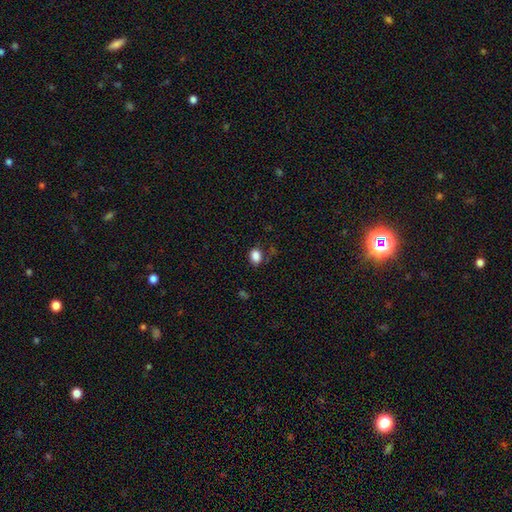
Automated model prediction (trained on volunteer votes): Smooth or featured: smooth — 85% (star or artifact — 11%)
How rounded: in between — 63% (round — 36%)
Merging: none — 77% (minor disturbance — 15%)